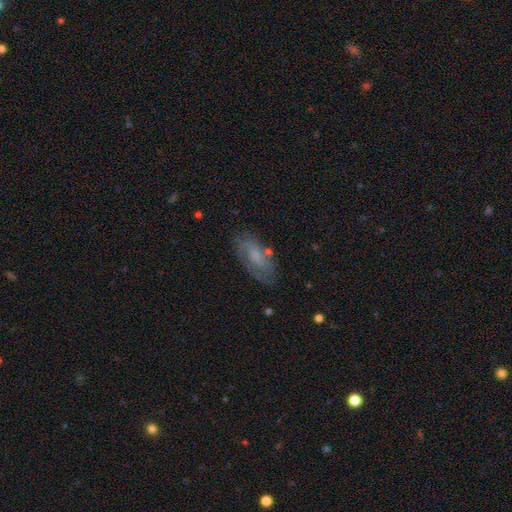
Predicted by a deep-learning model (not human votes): A featured or disk galaxy (55%). Merging: none (67%).